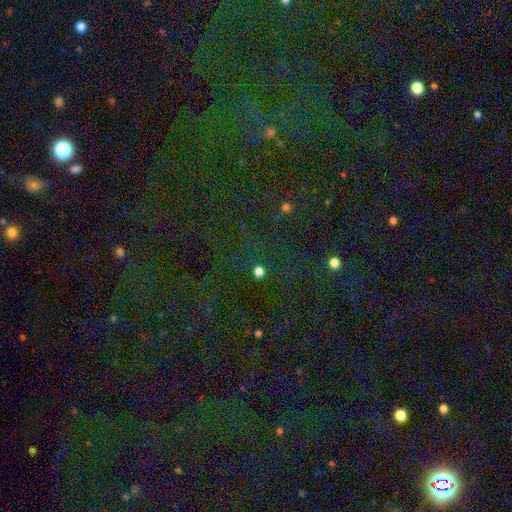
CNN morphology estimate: Overall: star or artifact (79%).